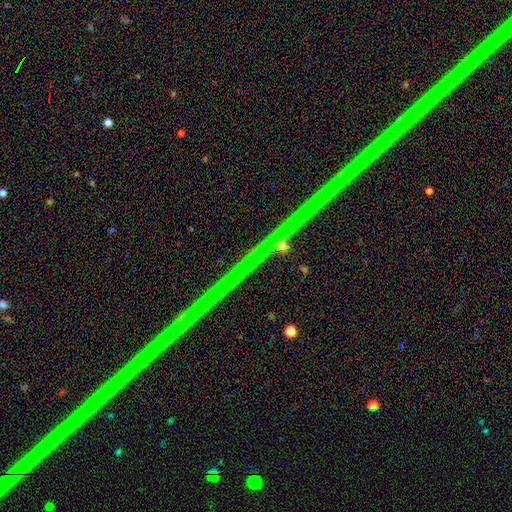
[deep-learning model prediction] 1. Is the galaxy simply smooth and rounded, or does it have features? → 88% star or artifact, 8% featured or disk, 4% smooth.